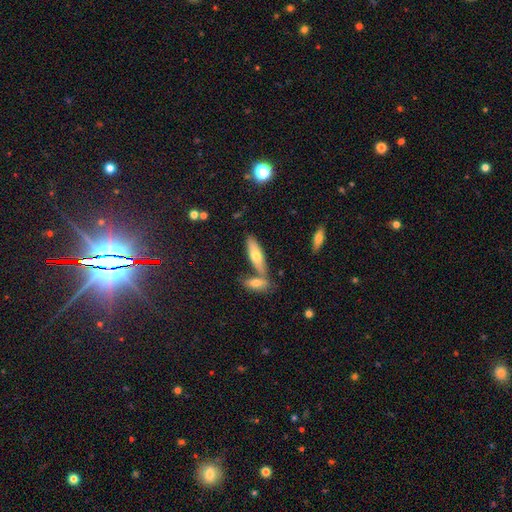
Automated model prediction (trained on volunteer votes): Smooth or featured: smooth — 65% (featured or disk — 28%)
How rounded: cigar-shaped — 50% (in between — 47%)
Merging: none — 60% (merger — 26%)